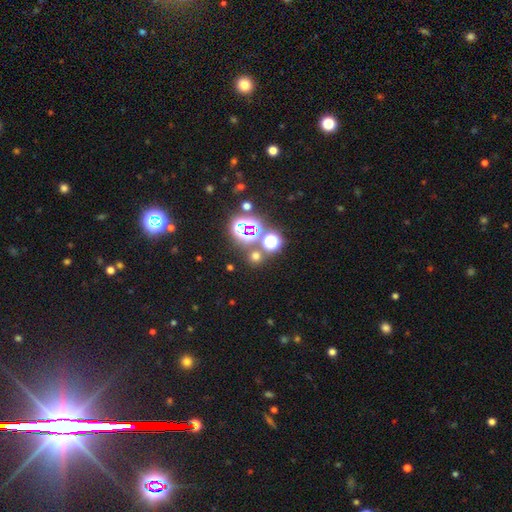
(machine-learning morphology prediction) This is possibly a smooth galaxy (52%). How rounded: clearly round (89%). Merging: likely none (78%).